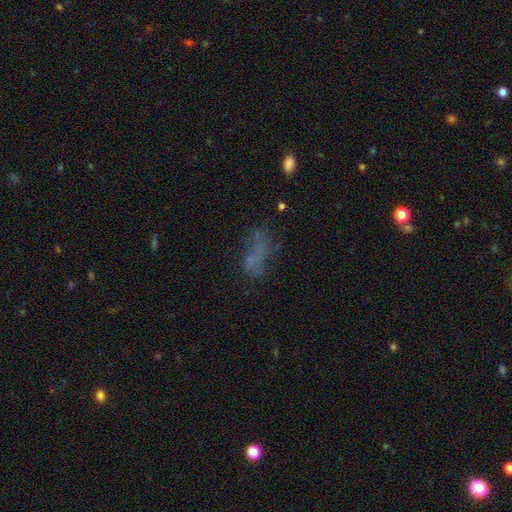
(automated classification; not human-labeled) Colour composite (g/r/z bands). It shows a smooth galaxy with no disk features (45%). Merging: none (43%).